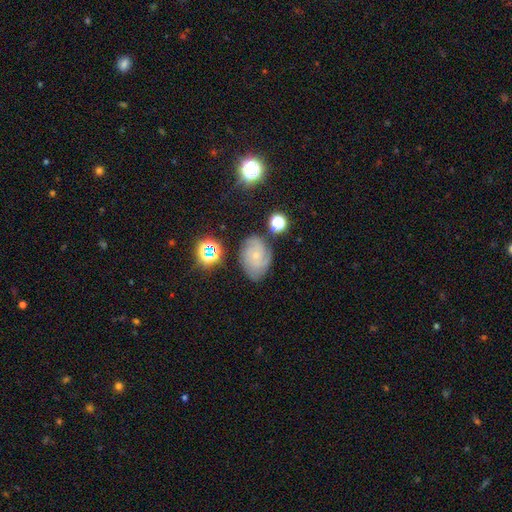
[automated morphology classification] A featured or disk galaxy (63%) with no bar (78%), tight (59%) spiral arms (91%) and a small central bulge (80%).

Vote fractions:
- Smooth or featured? featured or disk: 63% / smooth: 23% / star or artifact: 14%
- Edge-on disk? no: 96% / yes: 4%
- Bar? no: 78% / weak: 19% / strong: 3%
- Spiral arms? yes: 91% / no: 9%
- Spiral winding? tight: 59% / medium: 32% / loose: 9%
- Spiral arm count? can't tell: 34% / 3: 26% / 2: 15% / 4: 14% / more than 4: 6% / 1: 5%
- Bulge size? small: 80% / moderate: 15% / none: 3% / large: 1% / dominant: 1%
- Merging? none: 75% / minor disturbance: 17% / major disturbance: 5% / merger: 3%